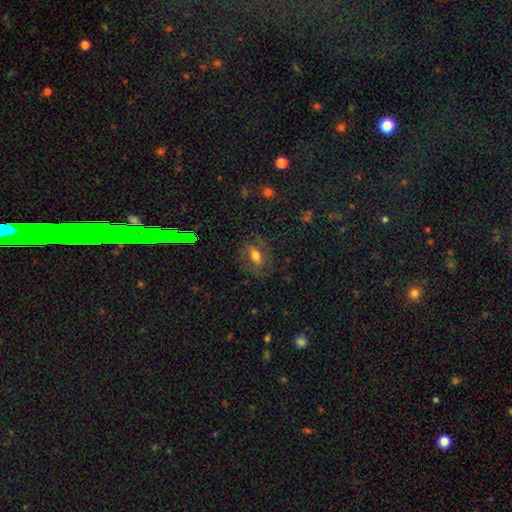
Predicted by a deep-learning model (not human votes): A smooth galaxy with no disk features (48%). Merging: none (71%).